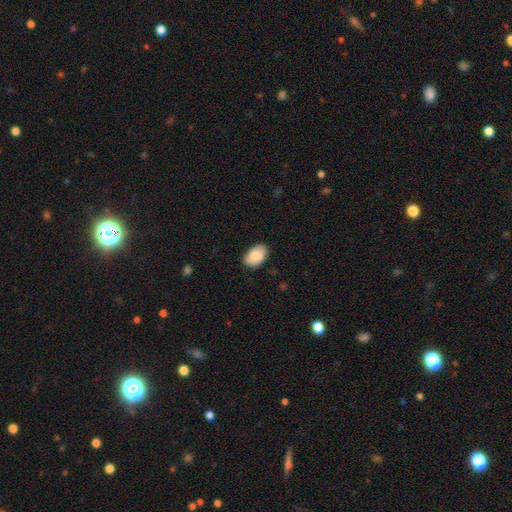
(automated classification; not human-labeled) A smooth galaxy with no disk features (84%) that is in between round and cigar-shaped (89%). Merging: none (82%).